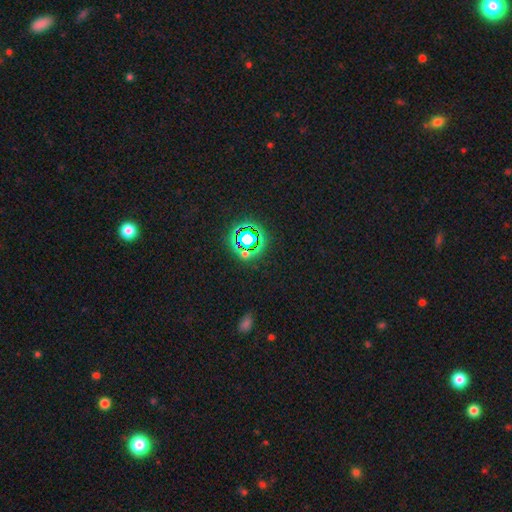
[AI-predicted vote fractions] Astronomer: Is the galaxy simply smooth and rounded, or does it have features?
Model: star or artifact — 76%.